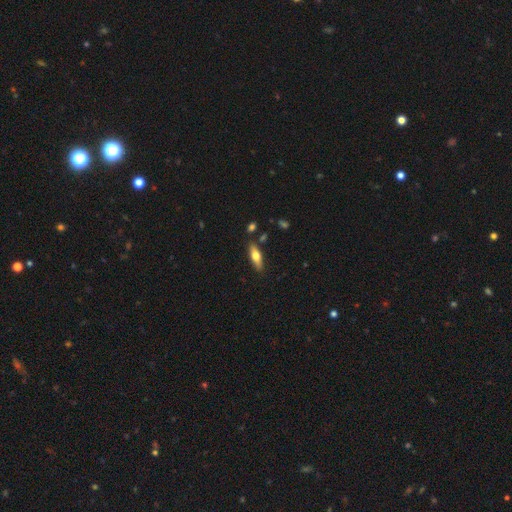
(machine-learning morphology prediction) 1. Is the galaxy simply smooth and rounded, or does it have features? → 60% smooth, 34% featured or disk, 6% star or artifact.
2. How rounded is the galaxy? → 55% in between, 43% cigar-shaped, 2% round.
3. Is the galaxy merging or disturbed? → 82% none, 11% minor disturbance, 4% merger, 2% major disturbance.